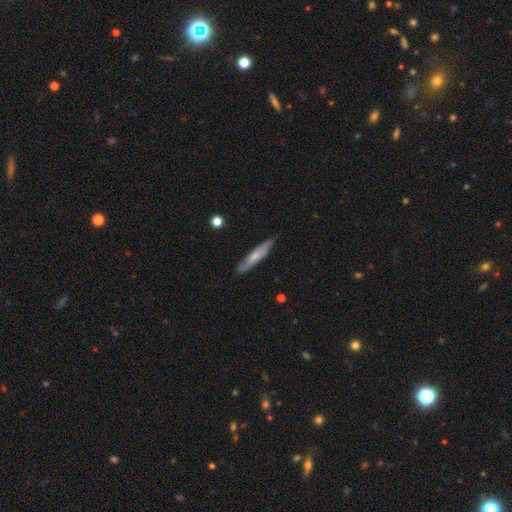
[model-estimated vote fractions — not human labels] This appears to be a smooth galaxy with no disk features (57%) that is cigar-shaped (90%). Merging: none (85%).